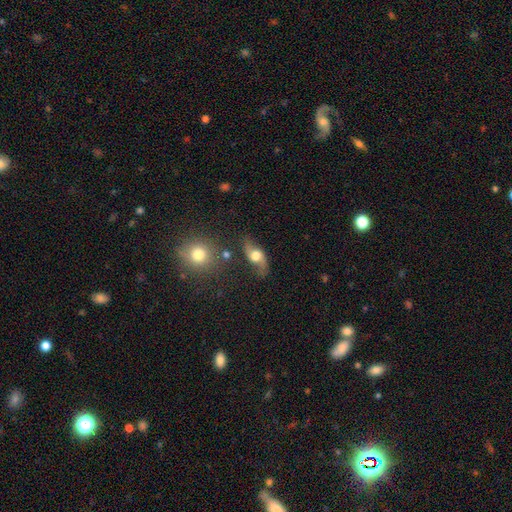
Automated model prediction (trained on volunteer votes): The model was most divided on "smooth or featured": featured or disk: 57%, smooth: 35%, star or artifact: 8%. More confident: edge-on disk — no (81%); merging — none (67%).